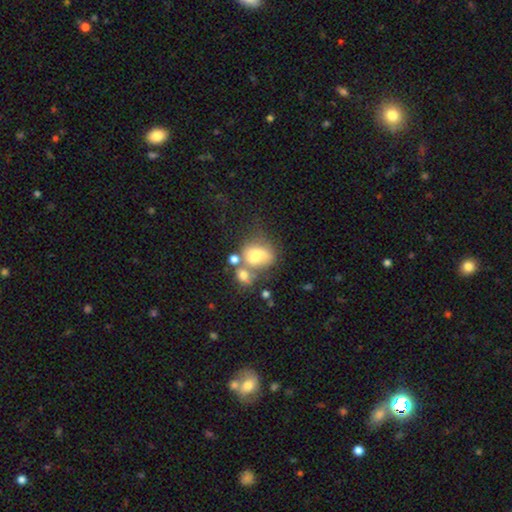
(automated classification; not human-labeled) smooth_or_featured: smooth (p=0.62) [alt: featured or disk p=0.24]
how_rounded: in between (p=0.63) [alt: round p=0.35]
merging: merger (p=0.47) [alt: none p=0.25]